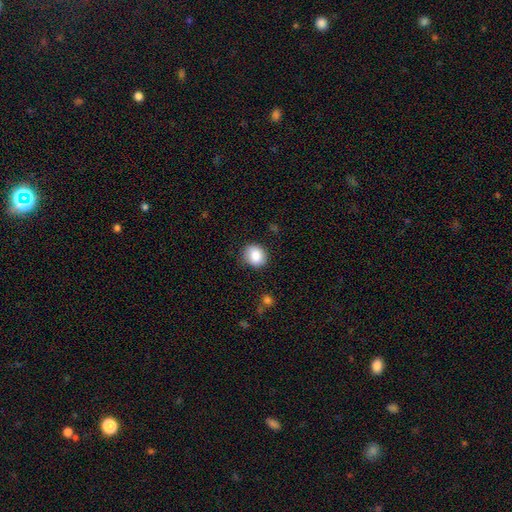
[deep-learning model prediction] Q: Smooth or featured?
A: smooth (87%); runner-up: star or artifact (8%)
Q: How rounded?
A: round (73%); runner-up: in between (26%)
Q: Merging?
A: none (83%); runner-up: minor disturbance (12%)